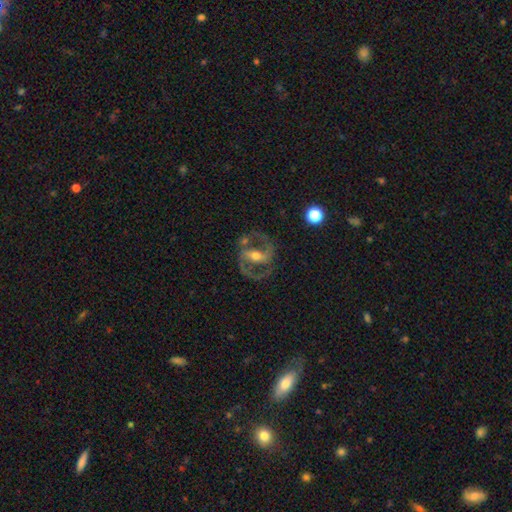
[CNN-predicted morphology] Overall: featured or disk (87%). Edge-on disk: no (96%). Bar: strong (51%; weak 33%). Spiral arms: yes (93%). Spiral arm count: 2 (92%). Spiral winding: medium (64%). Bulge size: moderate (66%). Merging: none (74%).